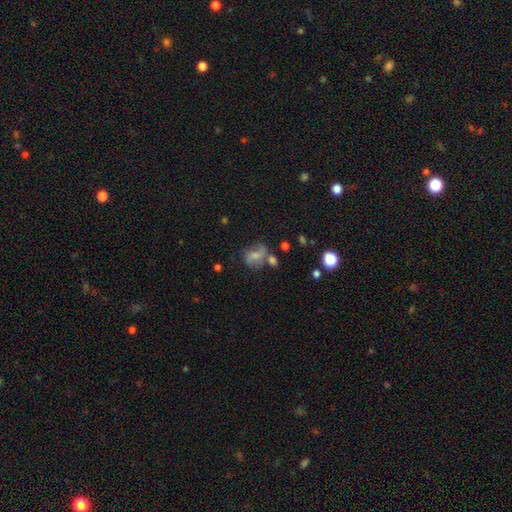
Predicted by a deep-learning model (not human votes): Smooth or featured? smooth (52%)
How rounded? in between (55%)
Merging? none (41%)